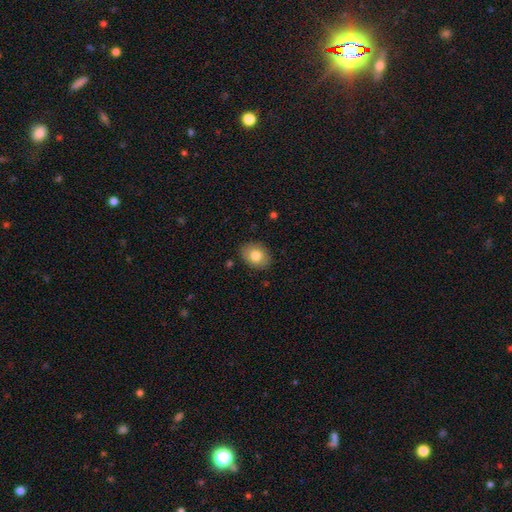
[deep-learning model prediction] Overall: smooth (80%). How rounded: in between (66%; round 33%). Merging: none (85%).